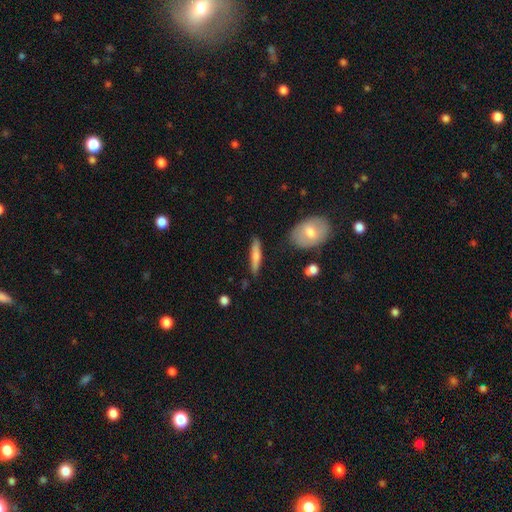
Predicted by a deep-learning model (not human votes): A smooth galaxy with no disk features (66%) that is cigar-shaped (85%). Merging: none (84%).